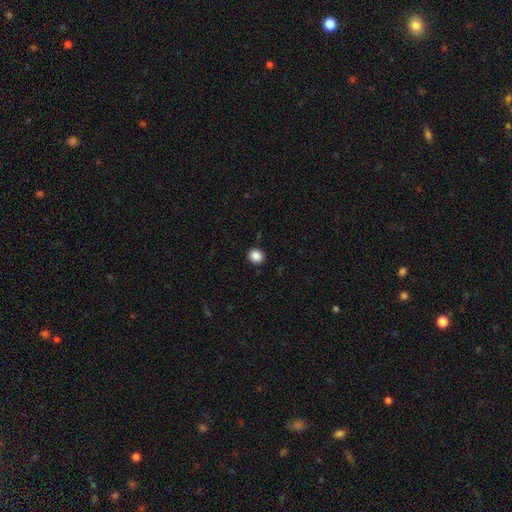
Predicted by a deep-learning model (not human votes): Smooth or featured? smooth (88%)
How rounded? round (82%)
Merging? none (92%)